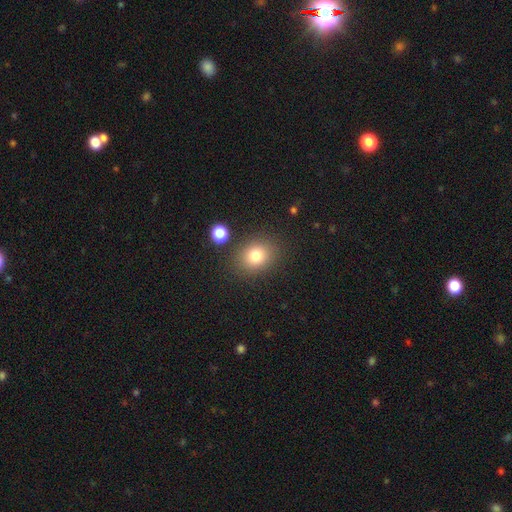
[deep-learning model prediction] A smooth galaxy with no disk features (80%) that is round (55%).

Vote fractions:
- Smooth or featured? smooth: 80% / star or artifact: 12% / featured or disk: 8%
- How rounded? round: 55% / in between: 44% / cigar-shaped: 1%
- Merging? none: 83% / minor disturbance: 10% / merger: 4% / major disturbance: 4%